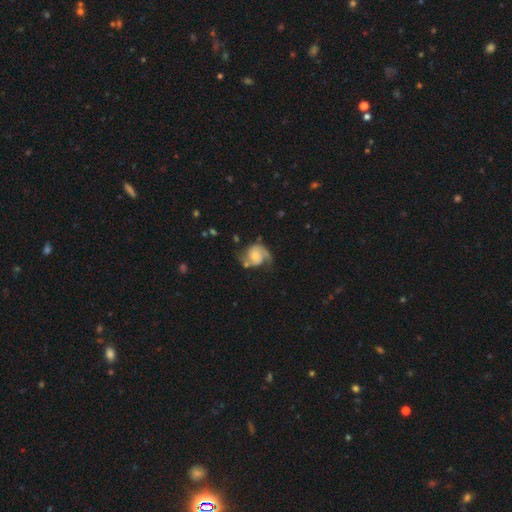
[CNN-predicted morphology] Smooth or featured? featured or disk (75%)
Edge-on disk? no (98%)
Bar? no (66%)
Spiral arms? yes (94%)
Spiral winding? medium (46%)
Spiral arm count? 2 (78%)
Bulge size? small (41%)
Merging? none (55%)